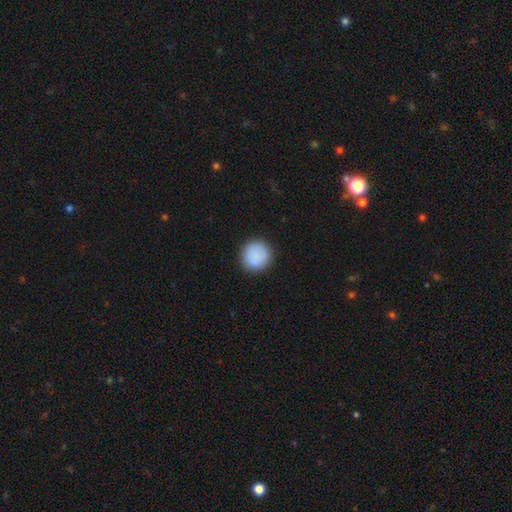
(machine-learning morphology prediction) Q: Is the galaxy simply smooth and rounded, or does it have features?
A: smooth — 89%.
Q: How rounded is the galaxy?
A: round — 94%.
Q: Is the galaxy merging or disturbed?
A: none — 90%.